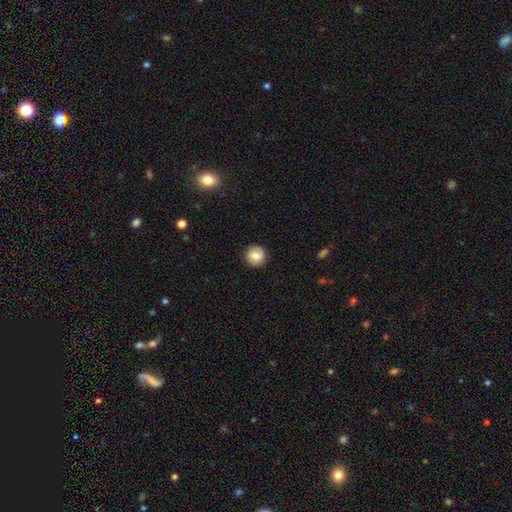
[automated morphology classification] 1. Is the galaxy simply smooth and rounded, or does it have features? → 71% smooth, 21% featured or disk, 8% star or artifact.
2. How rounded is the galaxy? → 92% round, 7% in between, 1% cigar-shaped.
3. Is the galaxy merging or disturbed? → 88% none, 9% minor disturbance, 2% major disturbance, 1% merger.